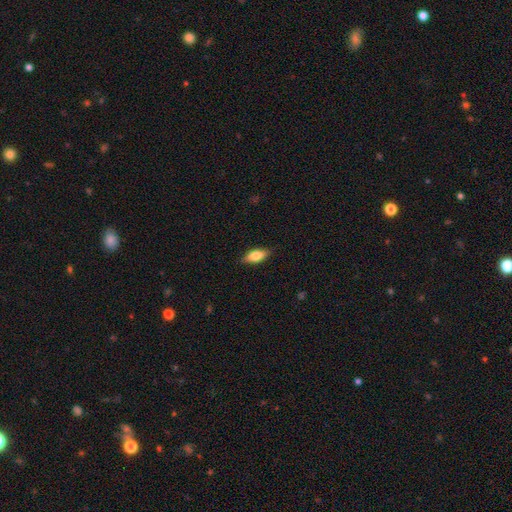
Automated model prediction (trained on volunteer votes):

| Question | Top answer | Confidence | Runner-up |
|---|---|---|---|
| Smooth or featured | smooth | 79% | featured or disk (15%) |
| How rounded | in between | 81% | cigar-shaped (16%) |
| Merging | none | 85% | minor disturbance (12%) |